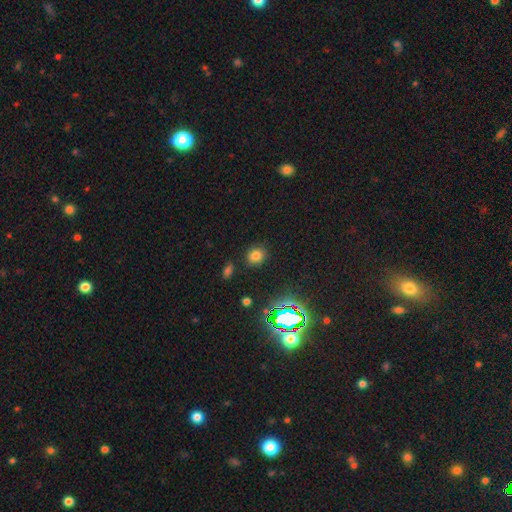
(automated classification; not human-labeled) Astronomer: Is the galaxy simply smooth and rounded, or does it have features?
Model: smooth — 73%.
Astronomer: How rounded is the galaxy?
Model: round — 75%.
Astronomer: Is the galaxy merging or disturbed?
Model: none — 86%.